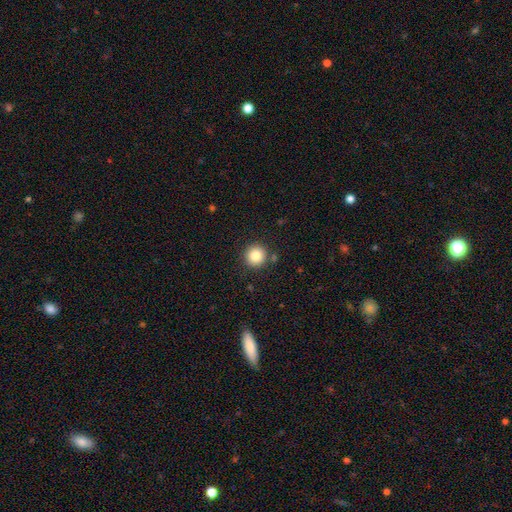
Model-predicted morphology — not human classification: This is clearly a smooth galaxy (83%). How rounded: clearly round (94%). Merging: clearly none (88%).